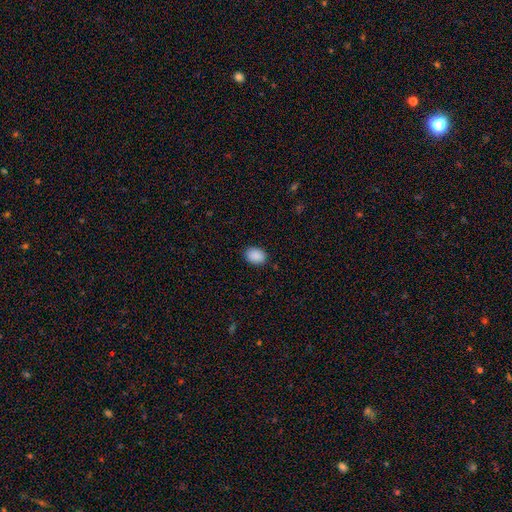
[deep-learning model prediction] Smooth or featured?
  - smooth: 90% *
  - star or artifact: 7%
  - featured or disk: 3%
How rounded?
  - in between: 70% *
  - round: 29%
  - cigar-shaped: 1%
Merging?
  - none: 86% *
  - minor disturbance: 11%
  - major disturbance: 2%
  - merger: 1%